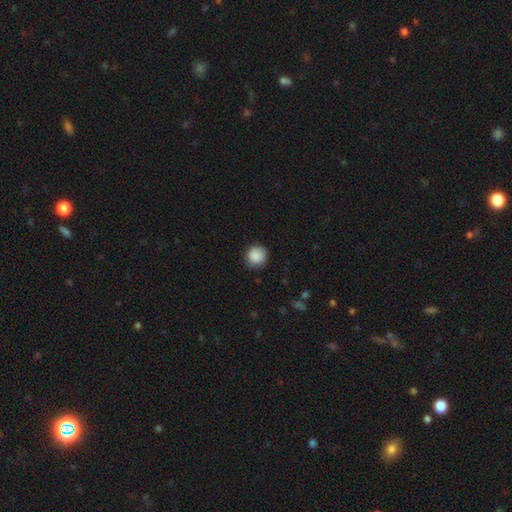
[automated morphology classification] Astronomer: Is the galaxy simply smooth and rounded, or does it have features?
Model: smooth — 89%.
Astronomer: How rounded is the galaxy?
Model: round — 93%.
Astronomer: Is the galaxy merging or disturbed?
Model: none — 88%.